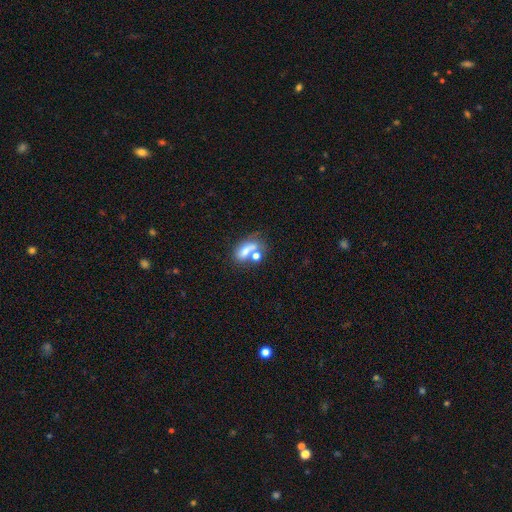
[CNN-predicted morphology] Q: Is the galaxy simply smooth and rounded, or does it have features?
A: smooth — 64%.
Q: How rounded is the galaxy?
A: in between — 72%.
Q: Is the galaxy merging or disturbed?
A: merger — 48%.